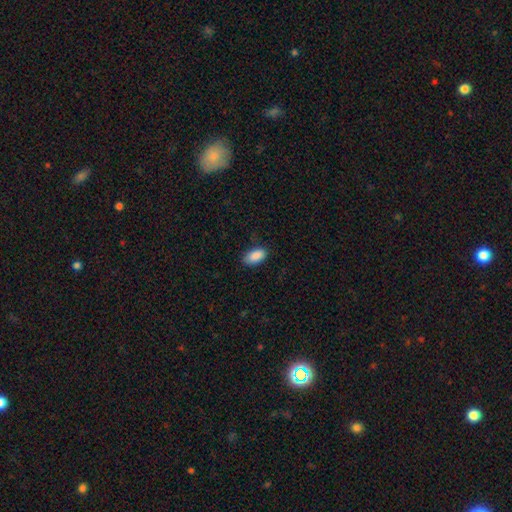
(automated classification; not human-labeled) smooth 89%, star or artifact 7%, featured or disk 4%. Down the decision tree: how rounded — in between (93%); merging — none (80%).